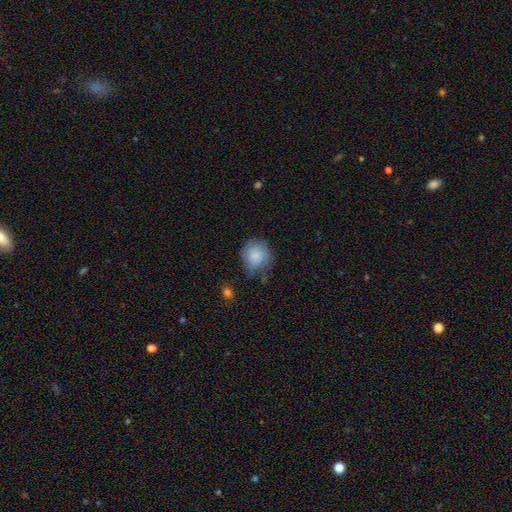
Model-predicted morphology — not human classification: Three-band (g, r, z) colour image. It shows a smooth galaxy with no disk features (78%) that is round (78%). Merging: none (53%).